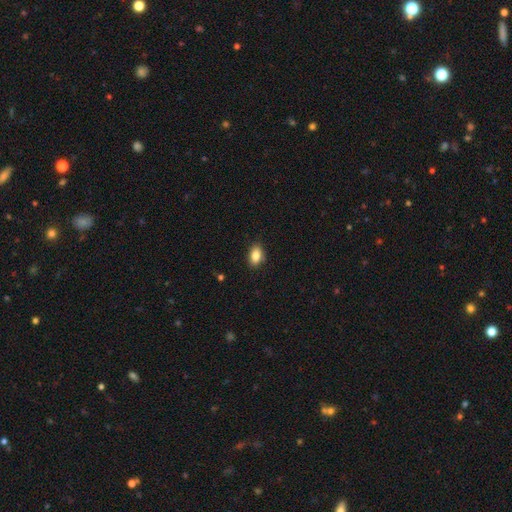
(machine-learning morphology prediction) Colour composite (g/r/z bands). It shows a smooth galaxy with no disk features (84%) that is in between round and cigar-shaped (87%). Merging: none (86%).